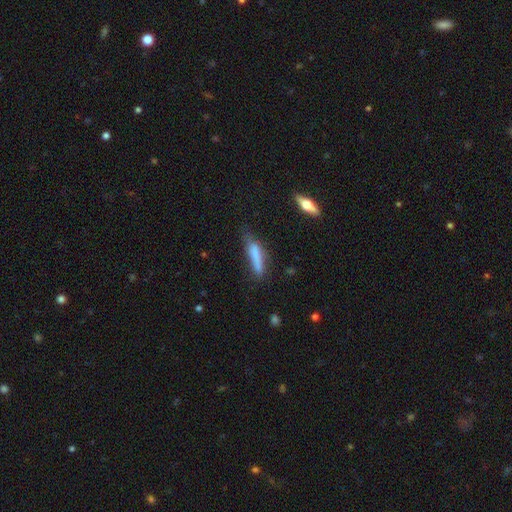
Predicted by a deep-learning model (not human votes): Smooth or featured?
  - smooth: 72% *
  - featured or disk: 19%
  - star or artifact: 8%
How rounded?
  - cigar-shaped: 77% *
  - in between: 22%
  - round: 2%
Merging?
  - none: 50% *
  - minor disturbance: 32%
  - major disturbance: 13%
  - merger: 5%